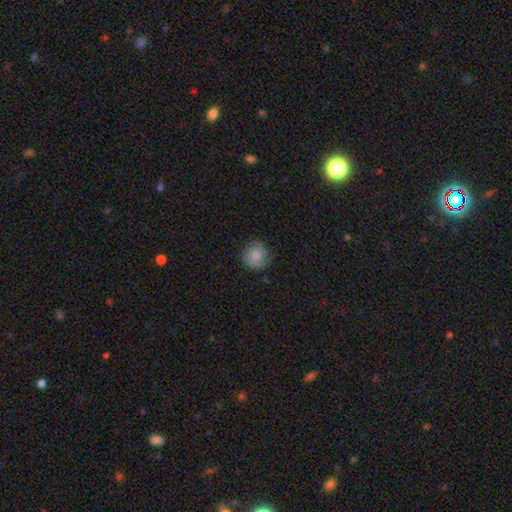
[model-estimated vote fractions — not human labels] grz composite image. It shows a smooth galaxy with no disk features (81%) that is round (91%). Merging: none (82%).